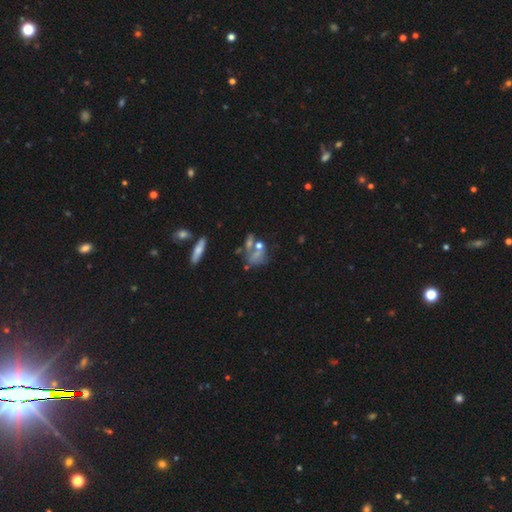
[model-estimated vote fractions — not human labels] smooth-or-featured: featured or disk: 37% | smooth: 36% | star or artifact: 27%
  merging: none: 45% | merger: 25% | minor disturbance: 15% | major disturbance: 15%